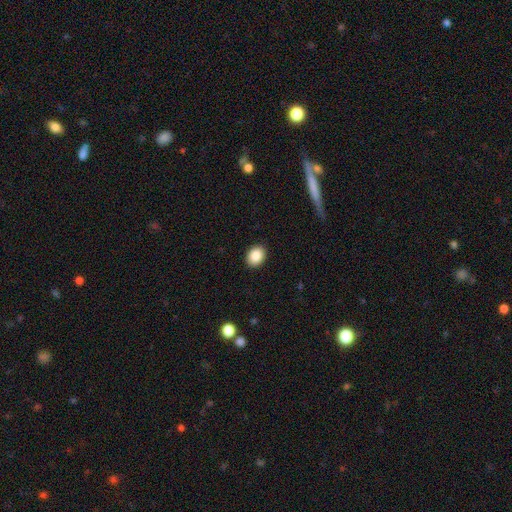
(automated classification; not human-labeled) smooth 88%, star or artifact 8%, featured or disk 4%. Down the decision tree: how rounded — in between (60%); merging — none (91%).